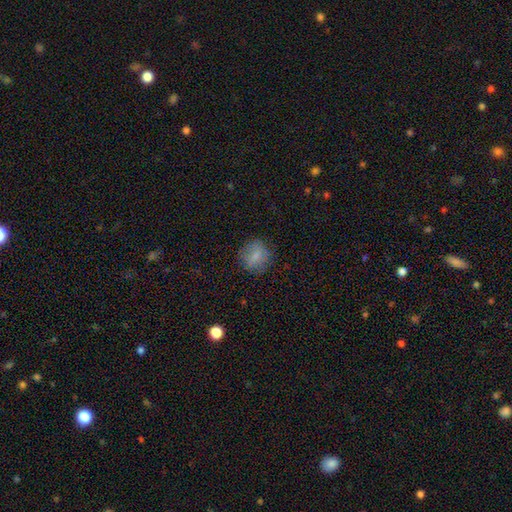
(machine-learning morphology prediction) Smooth or featured: smooth — 77% (featured or disk — 13%)
How rounded: round — 78% (in between — 20%)
Merging: none — 80% (minor disturbance — 14%)